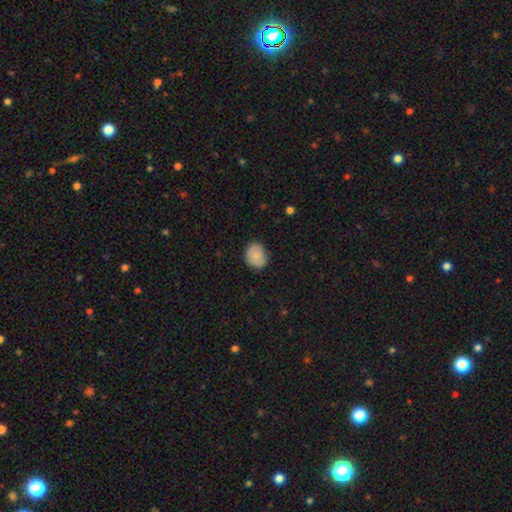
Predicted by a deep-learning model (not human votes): Q: Smooth or featured?
A: smooth (80%); runner-up: featured or disk (12%)
Q: How rounded?
A: round (61%); runner-up: in between (39%)
Q: Merging?
A: none (77%); runner-up: minor disturbance (18%)